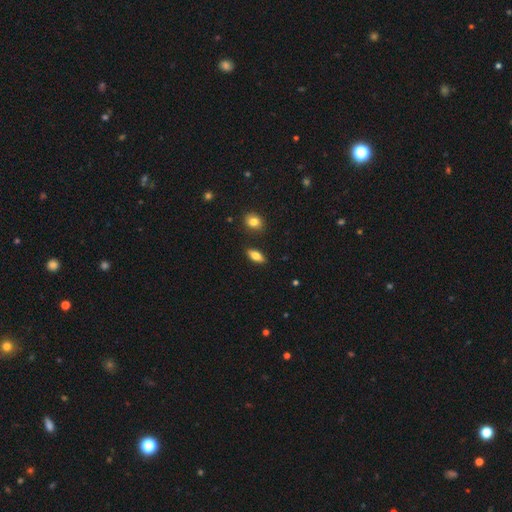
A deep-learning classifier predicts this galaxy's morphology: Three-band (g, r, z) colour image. It shows a smooth galaxy with no disk features (74%) that is in between round and cigar-shaped (82%). Merging: none (85%).